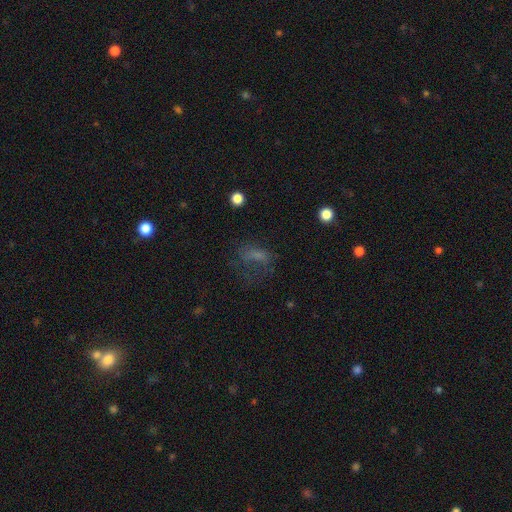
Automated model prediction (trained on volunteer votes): Smooth or featured? Predicted: smooth (p=0.53). How rounded? Predicted: in between (p=0.71). Merging? Predicted: major disturbance (p=0.39).